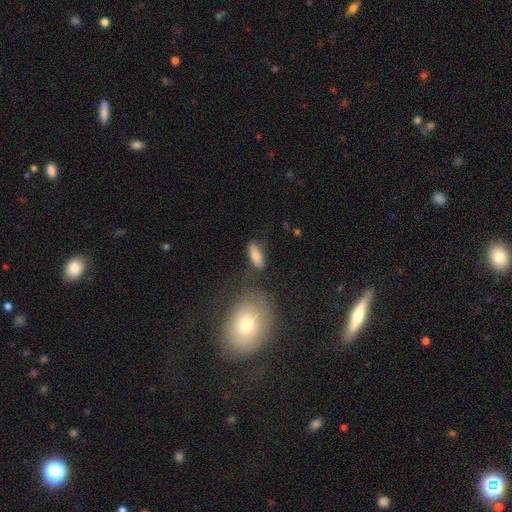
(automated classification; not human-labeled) smooth_or_featured: smooth (p=0.82) [alt: featured or disk p=0.10]
how_rounded: in between (p=0.69) [alt: cigar-shaped p=0.27]
merging: none (p=0.77) [alt: minor disturbance p=0.14]